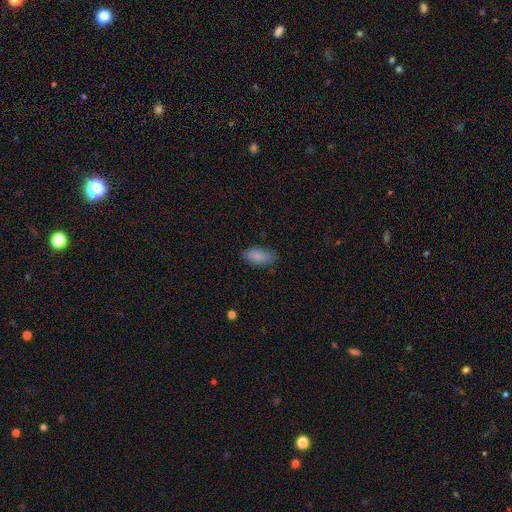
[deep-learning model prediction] This appears to be a smooth galaxy with no disk features (81%) that is in between round and cigar-shaped (85%). Merging: none (81%).